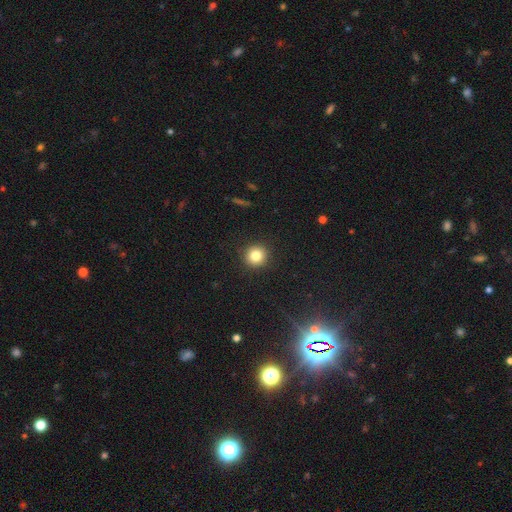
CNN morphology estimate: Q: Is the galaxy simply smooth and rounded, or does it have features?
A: smooth — 81%.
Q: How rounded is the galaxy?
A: round — 93%.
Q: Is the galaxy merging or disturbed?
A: none — 92%.